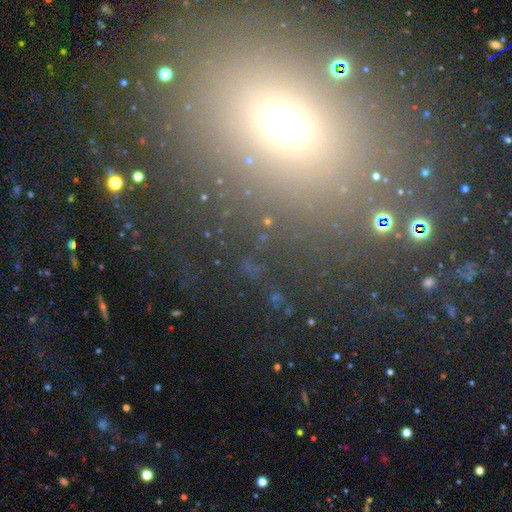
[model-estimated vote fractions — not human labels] Smooth or featured?
  - smooth: 50% *
  - star or artifact: 39%
  - featured or disk: 12%
Merging?
  - none: 83% *
  - minor disturbance: 9%
  - major disturbance: 5%
  - merger: 3%